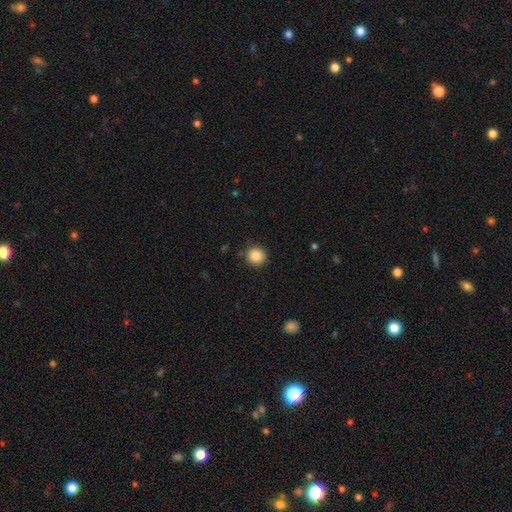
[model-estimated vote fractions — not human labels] This appears to be a smooth galaxy with no disk features (87%) that is round (93%). Merging: none (88%).